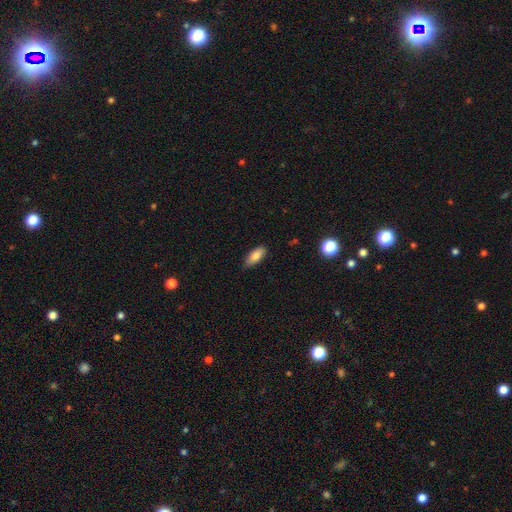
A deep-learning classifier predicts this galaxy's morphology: Smooth or featured? Predicted: smooth (p=0.82). How rounded? Predicted: in between (p=0.81). Merging? Predicted: none (p=0.83).